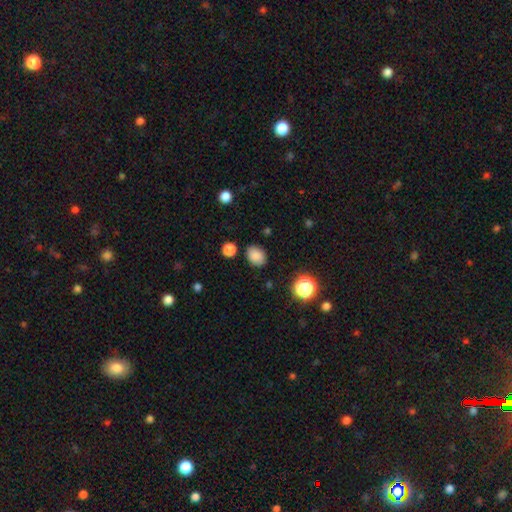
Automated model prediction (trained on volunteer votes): This appears to be a smooth galaxy with no disk features (85%) that is in between round and cigar-shaped (60%). Merging: none (83%).